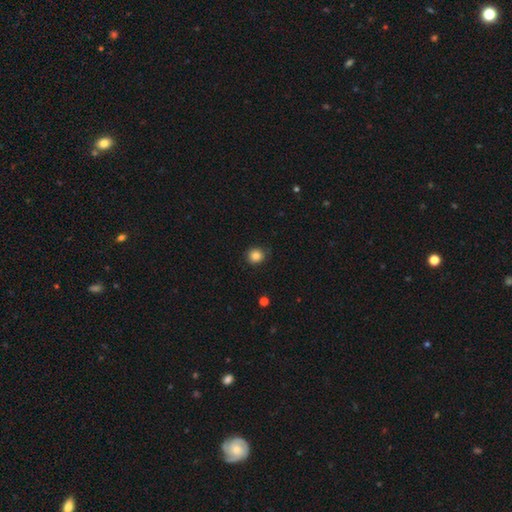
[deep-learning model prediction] smooth_or_featured: smooth (p=0.85) [alt: star or artifact p=0.11]
how_rounded: round (p=0.89) [alt: in between p=0.10]
merging: none (p=0.85) [alt: minor disturbance p=0.12]